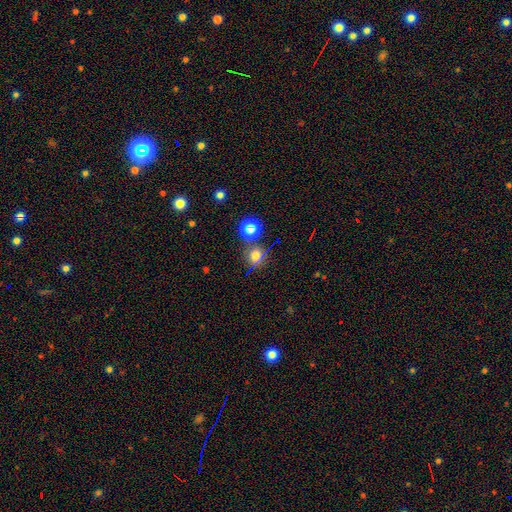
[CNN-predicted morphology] smooth 68%, star or artifact 24%, featured or disk 8%. Down the decision tree: how rounded — round (88%); merging — none (72%).